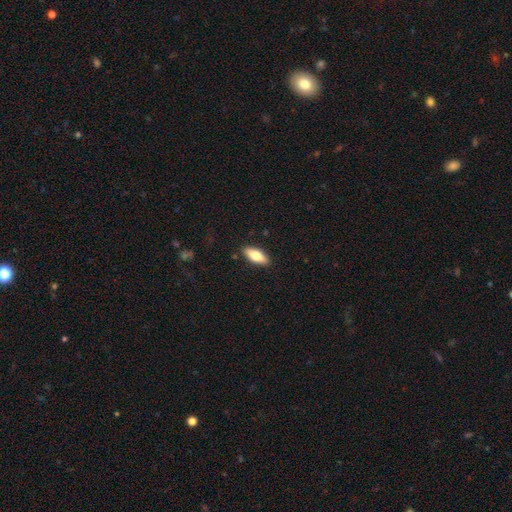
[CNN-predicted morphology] The model was most divided on "smooth or featured": smooth: 73%, featured or disk: 20%, star or artifact: 6%. More confident: merging — none (89%); how rounded — in between (77%).